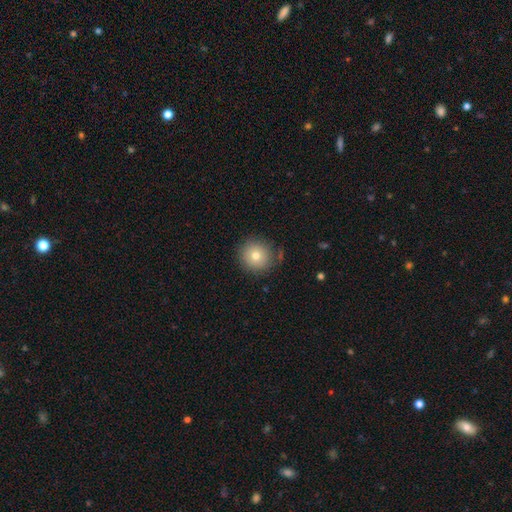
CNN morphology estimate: A smooth galaxy with no disk features (76%) that is round (93%). Merging: none (82%).